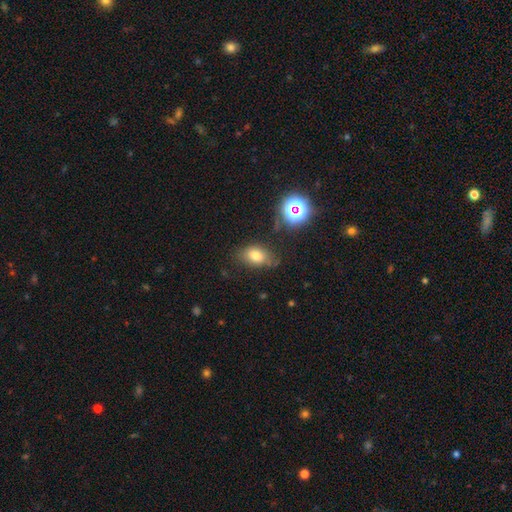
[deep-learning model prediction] smooth_or_featured: smooth (p=0.73) [alt: star or artifact p=0.16]
how_rounded: in between (p=0.78) [alt: round p=0.20]
merging: none (p=0.68) [alt: minor disturbance p=0.22]